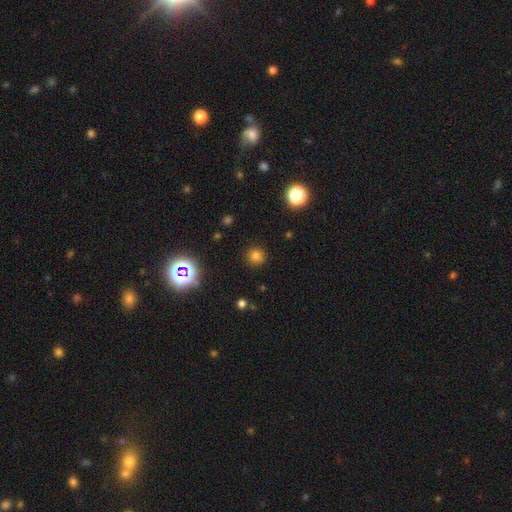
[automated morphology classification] Smooth or featured? Predicted: smooth (p=0.74). How rounded? Predicted: round (p=0.90). Merging? Predicted: none (p=0.88).